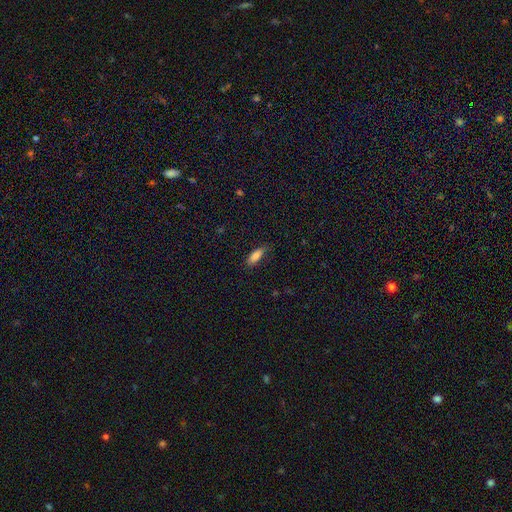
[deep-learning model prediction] Smooth or featured?
  - smooth: 84% *
  - featured or disk: 9%
  - star or artifact: 8%
How rounded?
  - in between: 71% *
  - cigar-shaped: 27%
  - round: 2%
Merging?
  - none: 75% *
  - minor disturbance: 19%
  - major disturbance: 5%
  - merger: 1%